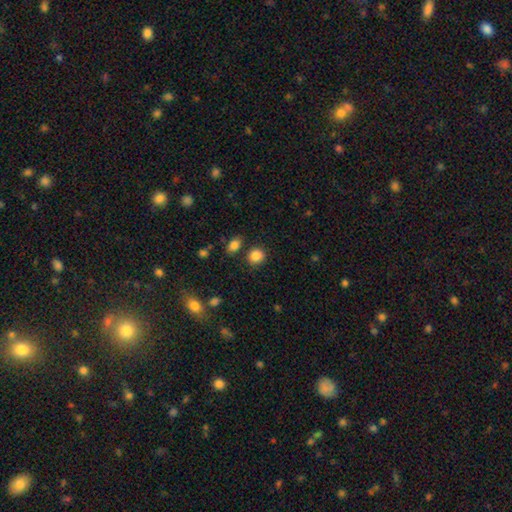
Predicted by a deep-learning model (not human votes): Q: Smooth or featured?
A: smooth (86%); runner-up: star or artifact (10%)
Q: How rounded?
A: round (77%); runner-up: in between (22%)
Q: Merging?
A: none (82%); runner-up: minor disturbance (9%)